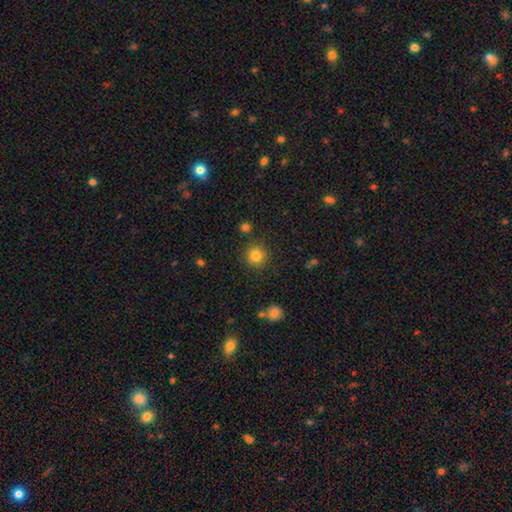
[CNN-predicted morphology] Q: Smooth or featured?
A: smooth (83%); runner-up: star or artifact (12%)
Q: How rounded?
A: round (94%); runner-up: in between (6%)
Q: Merging?
A: none (88%); runner-up: minor disturbance (7%)